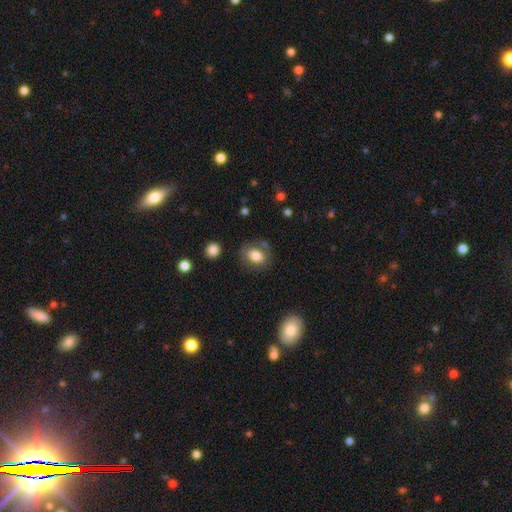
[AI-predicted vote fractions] smooth-or-featured: smooth: 78% | featured or disk: 13% | star or artifact: 9%
  how-rounded: in between: 54% | round: 45% | cigar-shaped: 1%
  merging: none: 75% | minor disturbance: 15% | major disturbance: 5% | merger: 5%